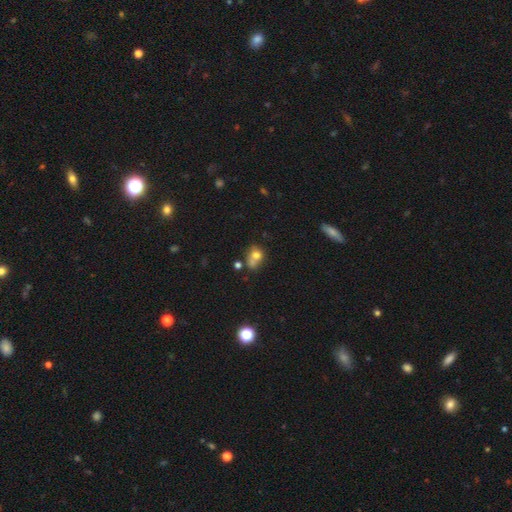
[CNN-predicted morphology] A smooth galaxy with no disk features (70%) that is round (50%). Merging: merger (36%).